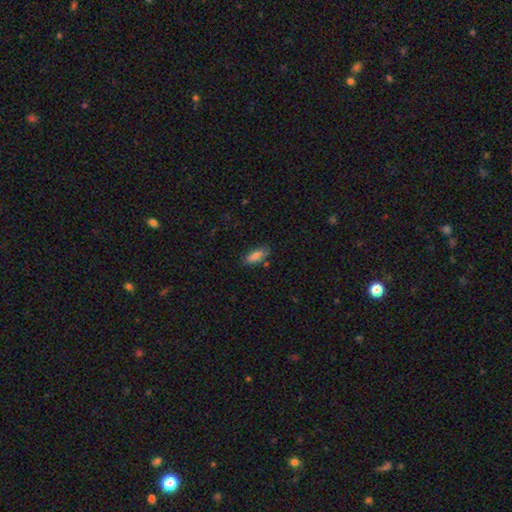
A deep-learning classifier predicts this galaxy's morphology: smooth 79%, featured or disk 13%, star or artifact 8%. Down the decision tree: how rounded — in between (78%); merging — none (76%).